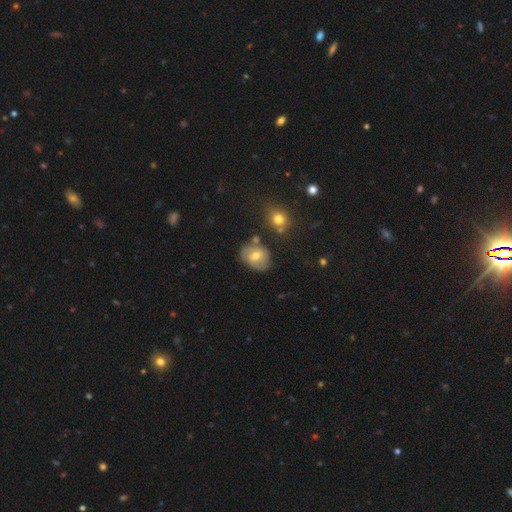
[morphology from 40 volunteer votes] Smooth or featured? featured or disk (50%)
Edge-on disk? no (95%)
Bar? weak (47%)
Spiral arms? yes (63%)
Spiral winding? medium (58%)
Spiral arm count? 2 (83%)
Bulge size? moderate (58%)
Merging? none (56%)